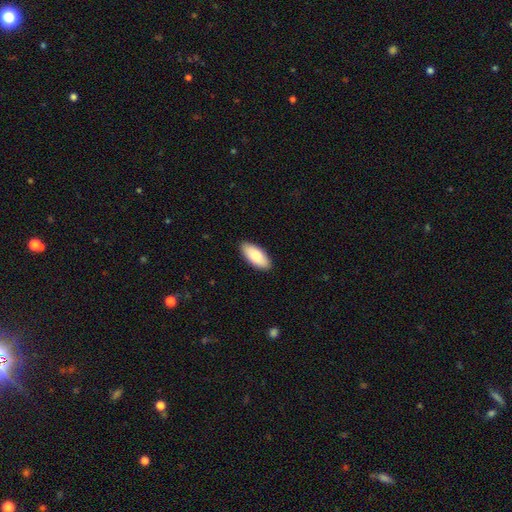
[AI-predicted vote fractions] Smooth or featured? smooth (84%)
How rounded? in between (87%)
Merging? none (89%)